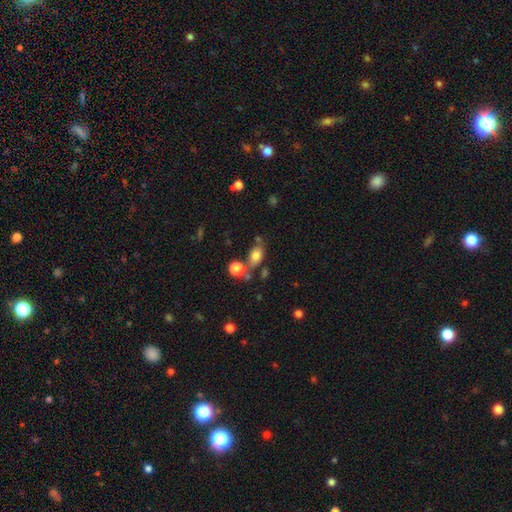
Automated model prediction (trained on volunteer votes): This appears to be a smooth galaxy with no disk features (76%) that is in between round and cigar-shaped (80%). Merging: none (58%).